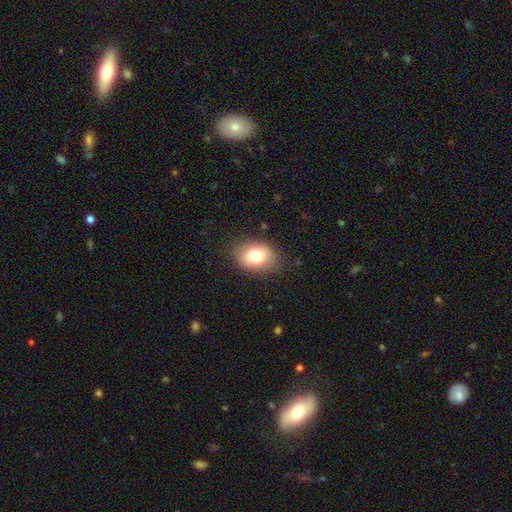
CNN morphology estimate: This is likely a smooth galaxy (80%). How rounded: likely in between (75%). Merging: clearly none (83%).